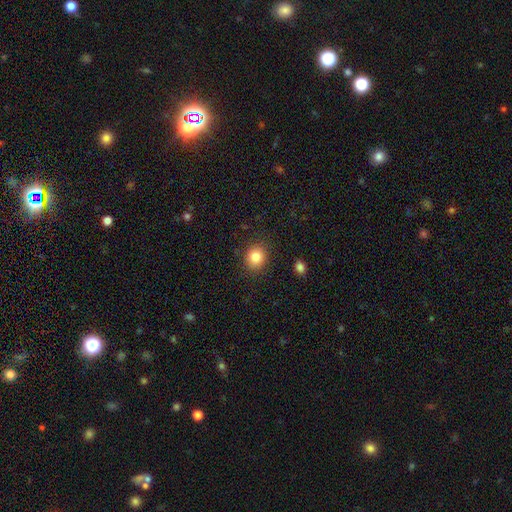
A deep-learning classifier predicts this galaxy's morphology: Q: Smooth or featured?
A: smooth (84%); runner-up: star or artifact (10%)
Q: How rounded?
A: round (76%); runner-up: in between (23%)
Q: Merging?
A: none (87%); runner-up: minor disturbance (9%)